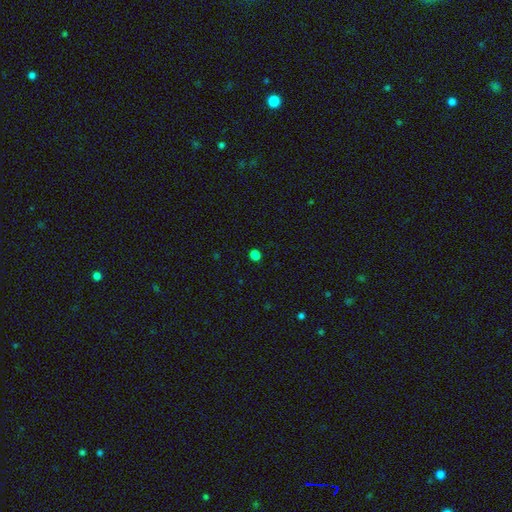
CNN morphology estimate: smooth 78%, star or artifact 19%, featured or disk 3%. Down the decision tree: how rounded — round (57%); merging — none (87%).